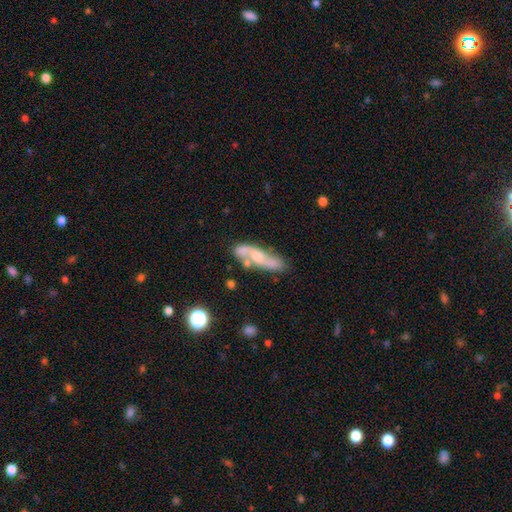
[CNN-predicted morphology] type=featured or disk (65%); edge-on=no (76%); merging=none (59%).